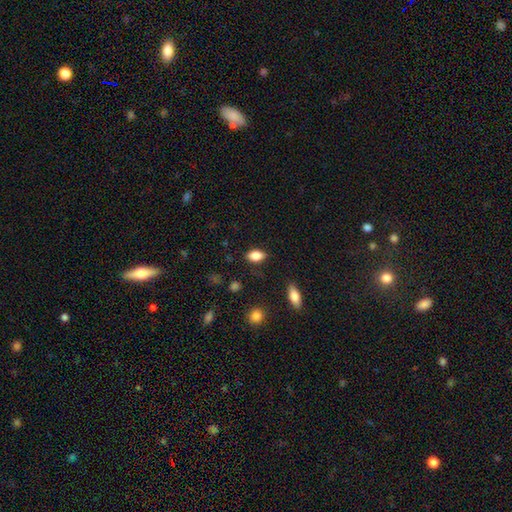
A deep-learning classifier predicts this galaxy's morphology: This appears to be a smooth galaxy with no disk features (84%) that is in between round and cigar-shaped (87%). Merging: none (83%).